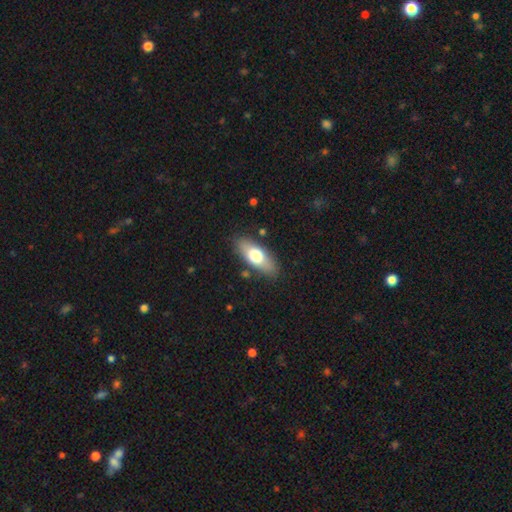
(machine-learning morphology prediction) Smooth or featured? smooth (67%)
How rounded? in between (75%)
Merging? none (84%)